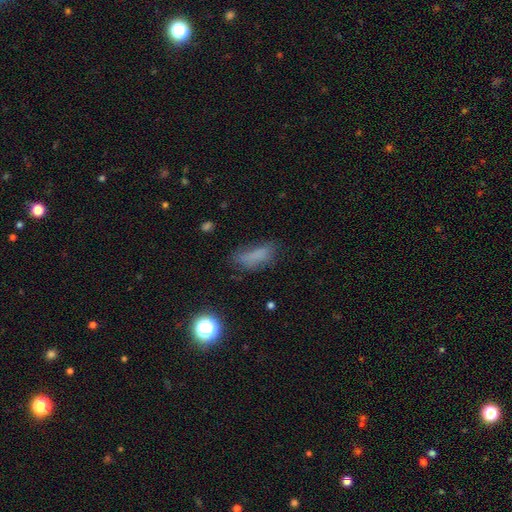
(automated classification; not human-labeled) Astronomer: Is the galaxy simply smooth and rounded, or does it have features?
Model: smooth — 70%.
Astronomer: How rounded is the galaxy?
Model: in between — 68%.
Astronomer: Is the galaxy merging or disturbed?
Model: none — 56%.